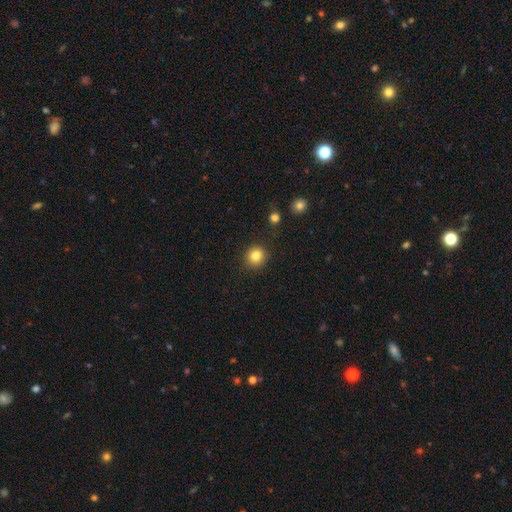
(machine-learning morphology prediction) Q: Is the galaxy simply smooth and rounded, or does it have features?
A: smooth — 84%.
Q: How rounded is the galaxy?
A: round — 86%.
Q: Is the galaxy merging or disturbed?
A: none — 88%.